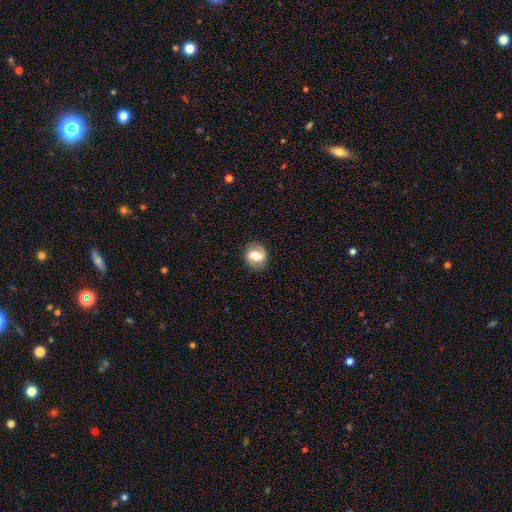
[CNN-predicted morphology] Smooth or featured? featured or disk (50%)
Edge-on disk? no (97%)
Merging? none (82%)